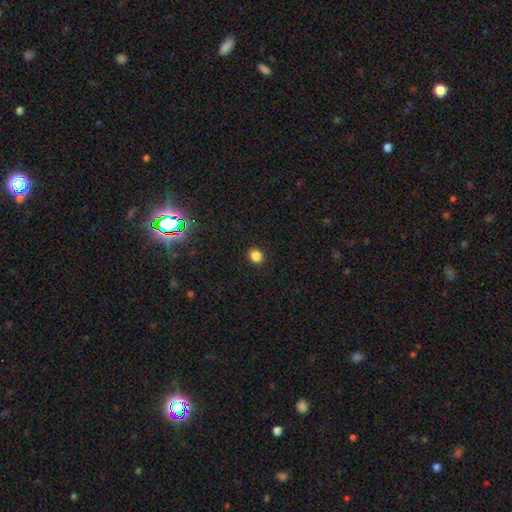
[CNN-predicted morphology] This appears to be a smooth galaxy with no disk features (84%) that is round (66%). Merging: none (91%).